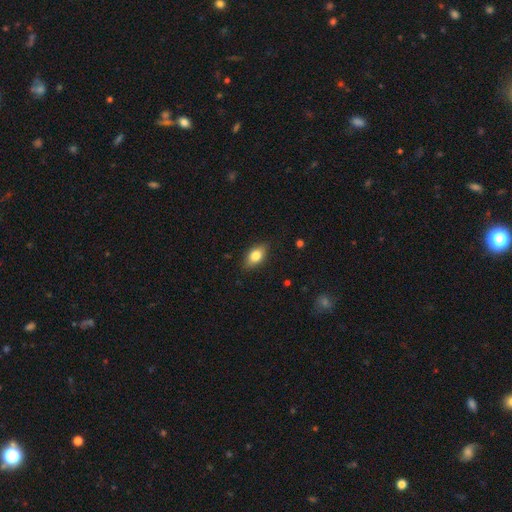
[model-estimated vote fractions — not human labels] smooth_or_featured: smooth (p=0.78) [alt: featured or disk p=0.14]
how_rounded: in between (p=0.86) [alt: round p=0.09]
merging: none (p=0.84) [alt: minor disturbance p=0.13]